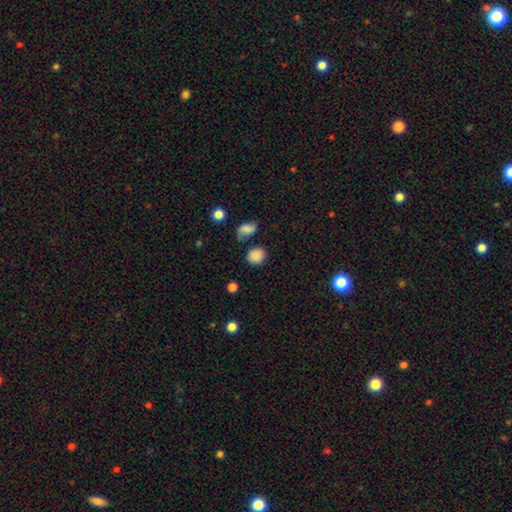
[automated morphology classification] The model was most divided on "how rounded": round: 77%, in between: 22%, cigar-shaped: 1%. More confident: smooth or featured — smooth (84%); merging — none (74%).